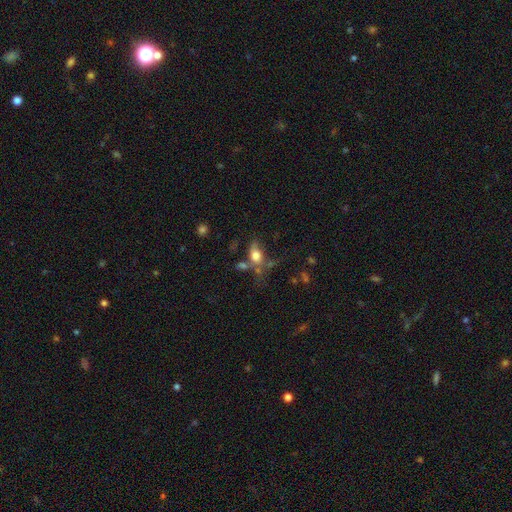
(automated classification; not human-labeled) Morphology: type=smooth (70%); roundness=in between (78%); merging=none (37%).